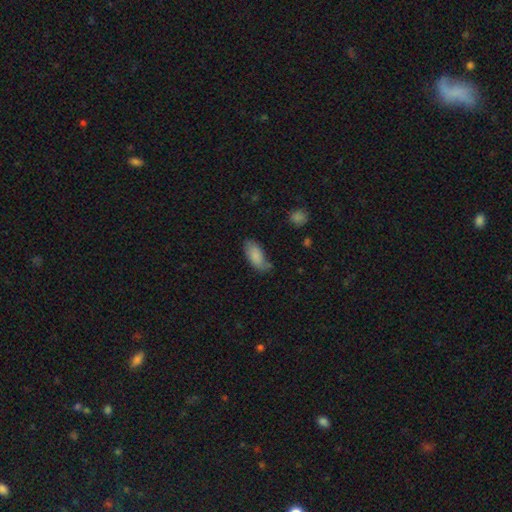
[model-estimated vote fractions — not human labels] The model was most divided on "merging": none: 58%, minor disturbance: 31%, major disturbance: 8%, merger: 4%. More confident: how rounded — in between (90%); smooth or featured — smooth (84%).